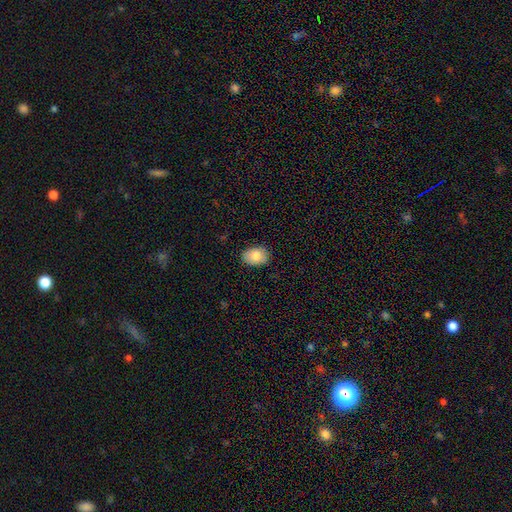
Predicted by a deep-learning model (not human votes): Overall: smooth (82%). How rounded: in between (75%). Merging: none (83%).